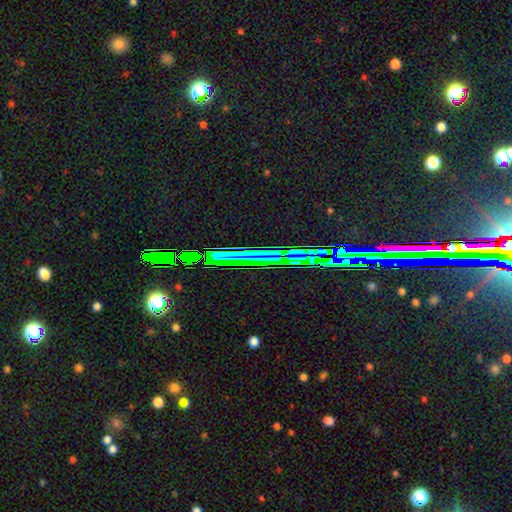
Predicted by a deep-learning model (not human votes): Overall: star or artifact (76%).